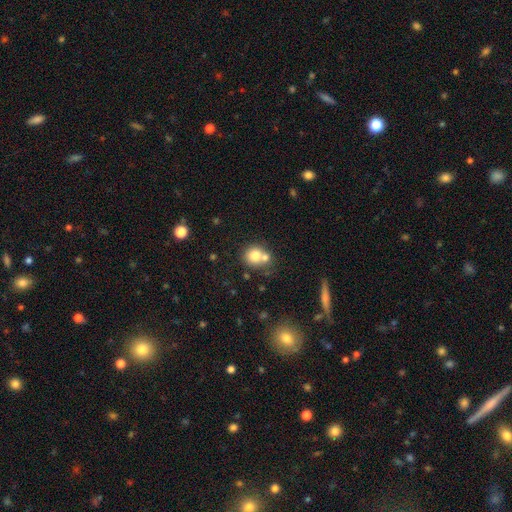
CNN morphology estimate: smooth-or-featured: smooth: 76% | featured or disk: 13% | star or artifact: 11%
  how-rounded: round: 83% | in between: 16% | cigar-shaped: 1%
  merging: none: 45% | merger: 42% | minor disturbance: 9% | major disturbance: 4%